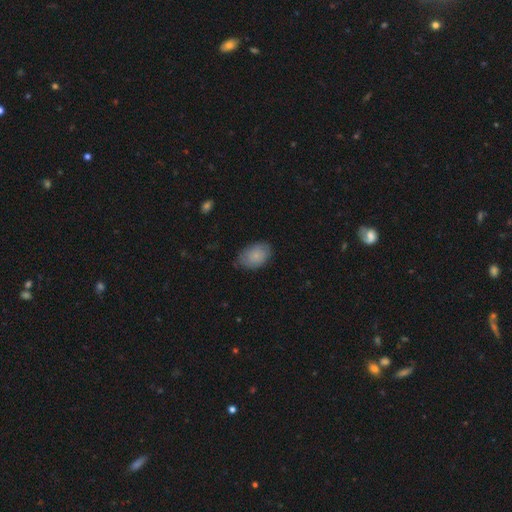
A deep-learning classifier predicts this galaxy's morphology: A smooth galaxy with no disk features (80%) that is in between round and cigar-shaped (87%). Merging: none (73%).